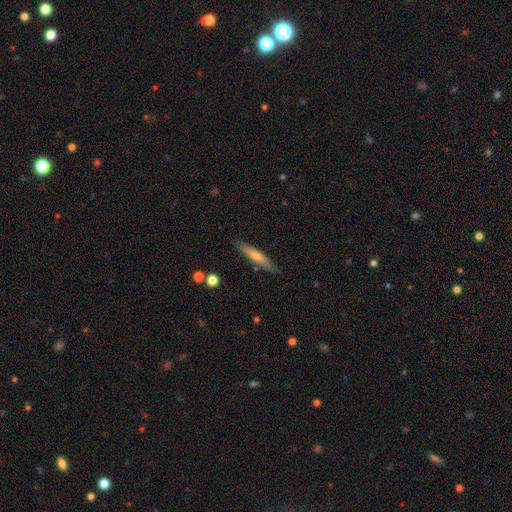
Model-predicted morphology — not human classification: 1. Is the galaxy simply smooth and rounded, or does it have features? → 53% featured or disk, 40% smooth, 8% star or artifact.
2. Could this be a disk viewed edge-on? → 93% yes, 7% no.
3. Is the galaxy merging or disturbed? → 89% none, 8% minor disturbance, 2% major disturbance, 1% merger.